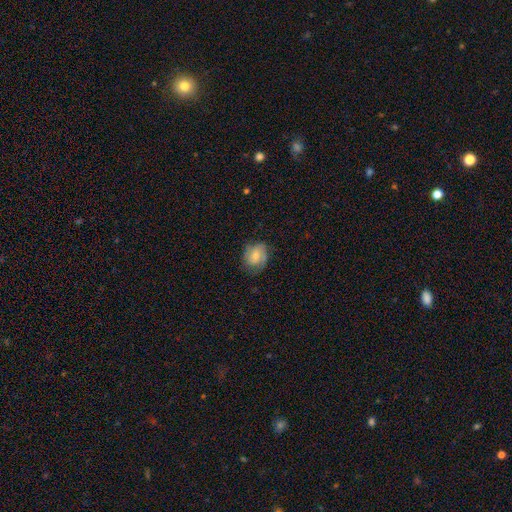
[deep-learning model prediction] A smooth galaxy with no disk features (58%) that is in between round and cigar-shaped (50%). Merging: none (65%).